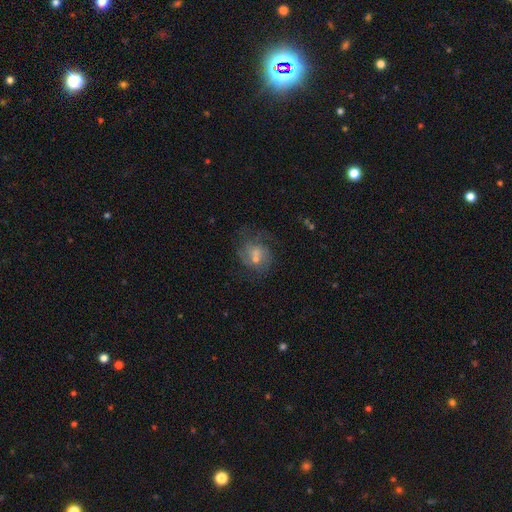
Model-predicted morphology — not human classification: The model was most divided on "bulge size": small: 46%, moderate: 41%, none: 7%, large: 4%, dominant: 2%. More confident: edge-on disk — no (97%); spiral arms — yes (78%); bar — no (66%); smooth or featured — featured or disk (58%); merging — none (57%).